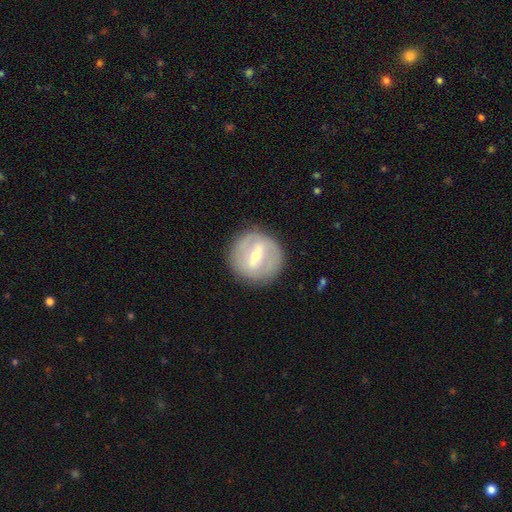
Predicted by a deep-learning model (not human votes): Morphology: type=featured or disk (67%); edge-on=no (92%); bar=strong (52%); spiral arms=no (51%); bulge=moderate (49%); merging=none (84%).